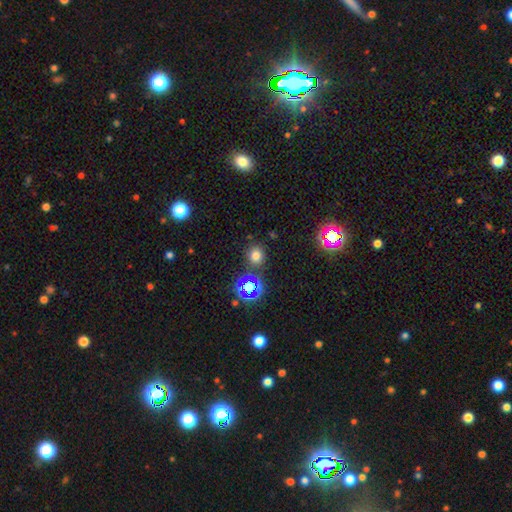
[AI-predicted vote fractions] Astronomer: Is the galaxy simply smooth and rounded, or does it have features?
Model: smooth — 70%.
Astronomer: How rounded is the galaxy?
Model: round — 83%.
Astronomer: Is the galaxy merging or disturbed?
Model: none — 82%.